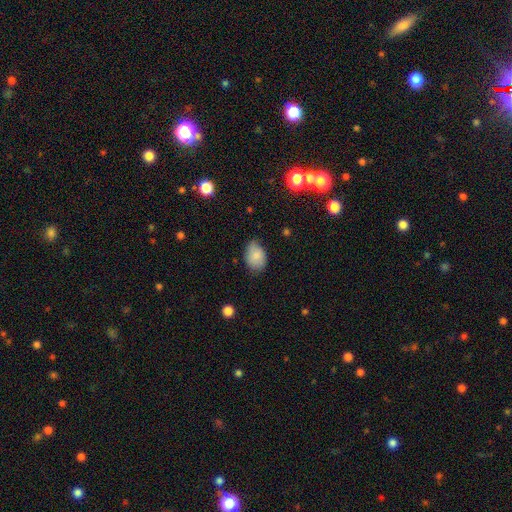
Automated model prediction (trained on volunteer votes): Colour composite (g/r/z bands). It shows a smooth galaxy with no disk features (84%) that is in between round and cigar-shaped (82%). Merging: none (70%).